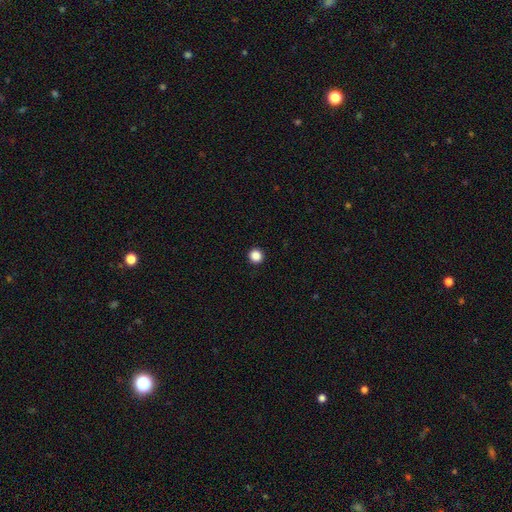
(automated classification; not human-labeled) The model was most divided on "smooth or featured": smooth: 87%, star or artifact: 11%, featured or disk: 2%. More confident: how rounded — round (95%); merging — none (94%).